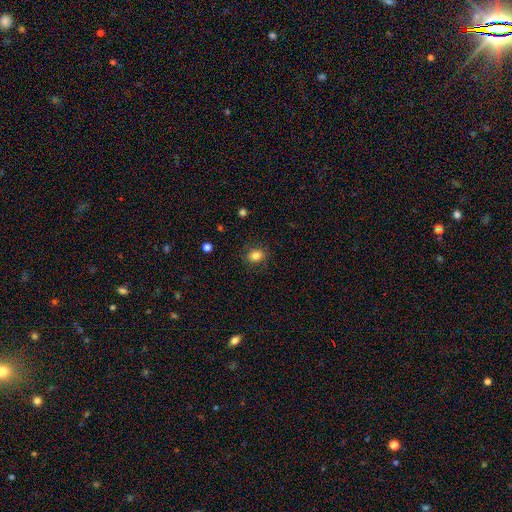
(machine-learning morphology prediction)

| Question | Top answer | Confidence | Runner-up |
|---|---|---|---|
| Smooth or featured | smooth | 82% | star or artifact (11%) |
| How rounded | round | 50% | in between (49%) |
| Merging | none | 83% | minor disturbance (12%) |